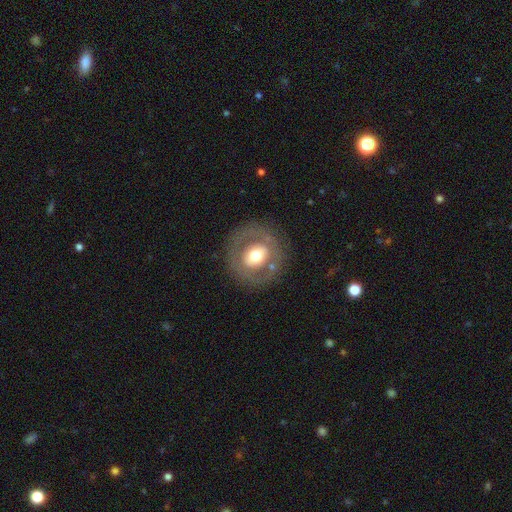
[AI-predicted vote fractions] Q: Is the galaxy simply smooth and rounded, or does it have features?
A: smooth — 48%.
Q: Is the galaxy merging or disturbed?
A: none — 82%.